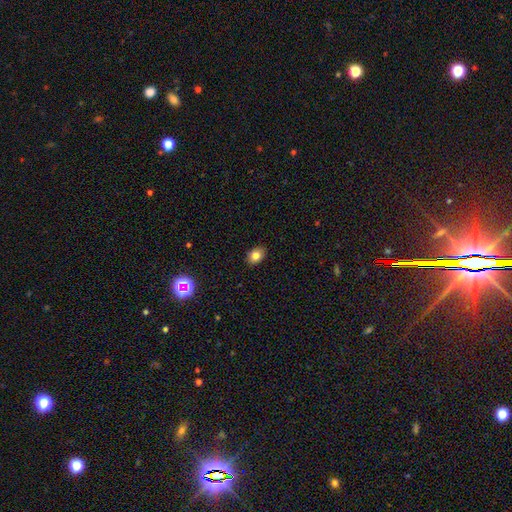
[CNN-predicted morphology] Q: Smooth or featured?
A: smooth (81%); runner-up: star or artifact (11%)
Q: How rounded?
A: in between (66%); runner-up: round (33%)
Q: Merging?
A: none (89%); runner-up: minor disturbance (8%)